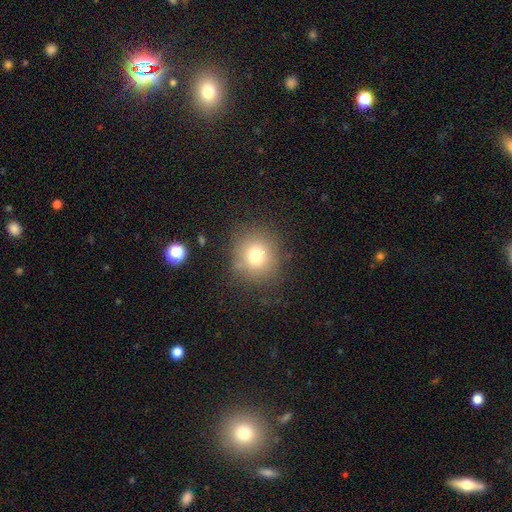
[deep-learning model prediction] The model was most divided on "smooth or featured": smooth: 75%, star or artifact: 14%, featured or disk: 11%. More confident: how rounded — round (84%); merging — none (81%).